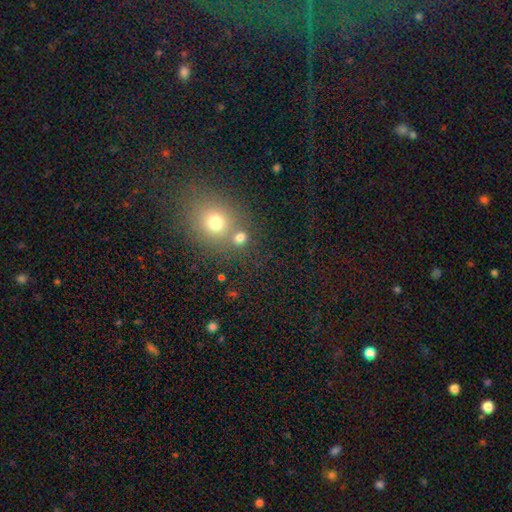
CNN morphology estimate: A smooth galaxy with no disk features (61%) that is round (73%). Merging: none (67%).